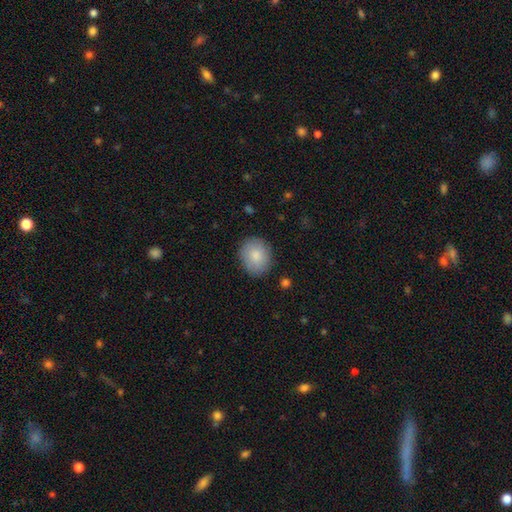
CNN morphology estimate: Overall: smooth (81%). How rounded: round (62%; in between 37%). Merging: none (84%).